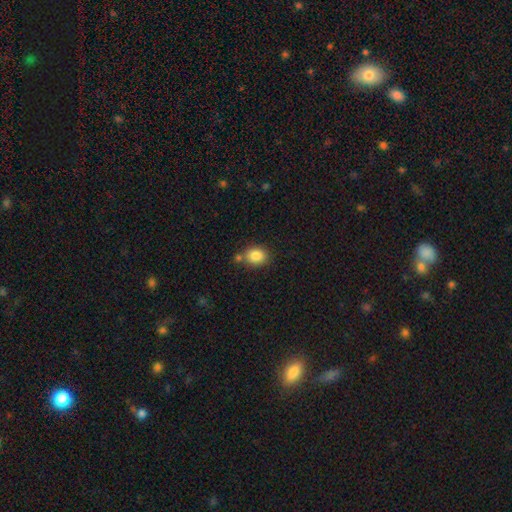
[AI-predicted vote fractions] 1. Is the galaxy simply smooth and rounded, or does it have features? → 85% smooth, 9% star or artifact, 6% featured or disk.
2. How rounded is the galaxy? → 50% round, 49% in between, 1% cigar-shaped.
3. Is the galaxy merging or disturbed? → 71% none, 13% minor disturbance, 13% merger, 4% major disturbance.